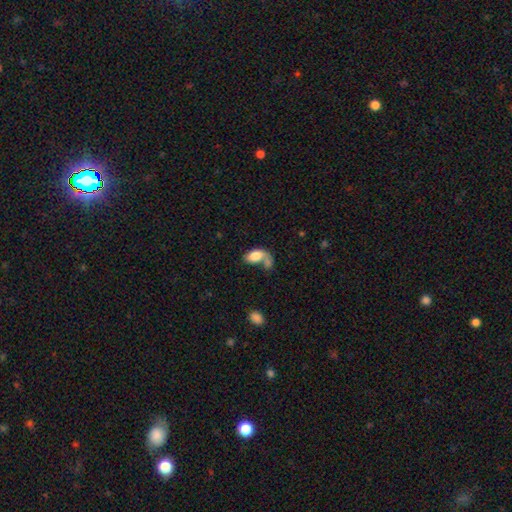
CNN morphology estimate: The model was most divided on "merging": merger: 44%, none: 24%, major disturbance: 19%, minor disturbance: 12%. More confident: how rounded — in between (91%); smooth or featured — smooth (74%).